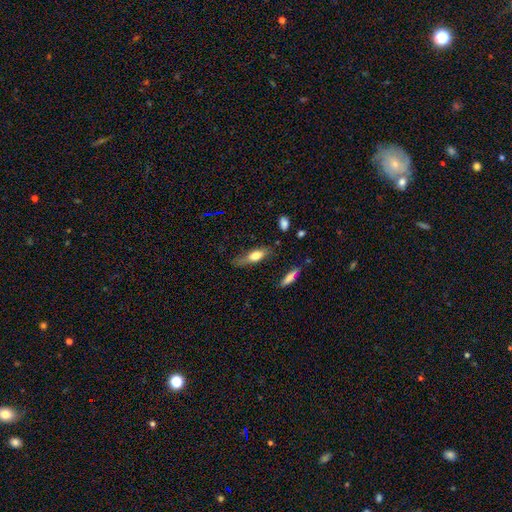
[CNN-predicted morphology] Smooth or featured? Predicted: smooth (p=0.69). How rounded? Predicted: in between (p=0.55). Merging? Predicted: none (p=0.54).